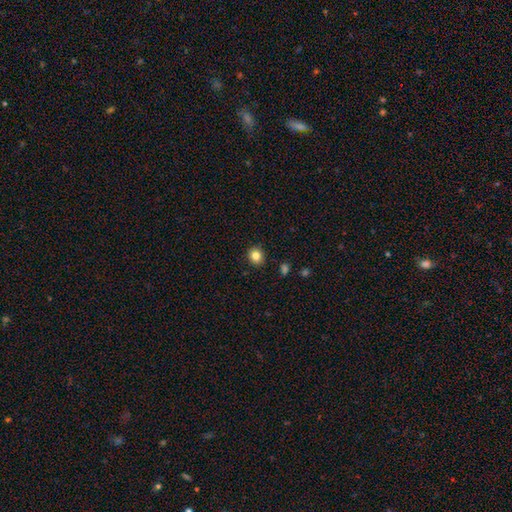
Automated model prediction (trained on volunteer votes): smooth 83%, star or artifact 11%, featured or disk 6%. Down the decision tree: how rounded — round (80%); merging — none (90%).